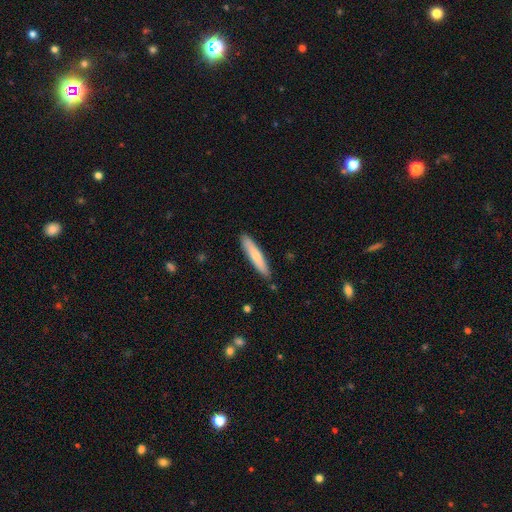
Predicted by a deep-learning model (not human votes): Morphology: type=smooth (69%); roundness=cigar-shaped (89%); merging=none (87%).